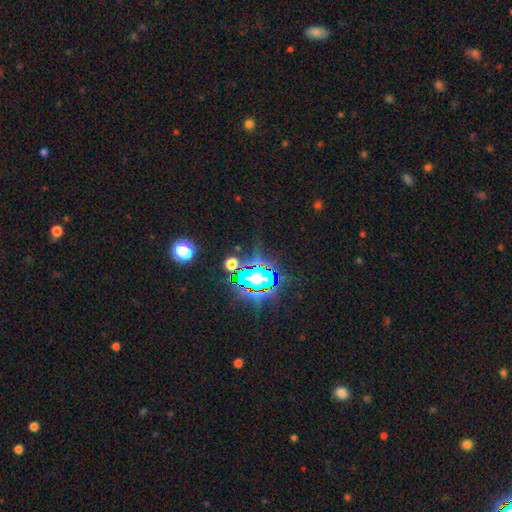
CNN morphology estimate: Smooth or featured?
  - star or artifact: 82% *
  - smooth: 11%
  - featured or disk: 8%